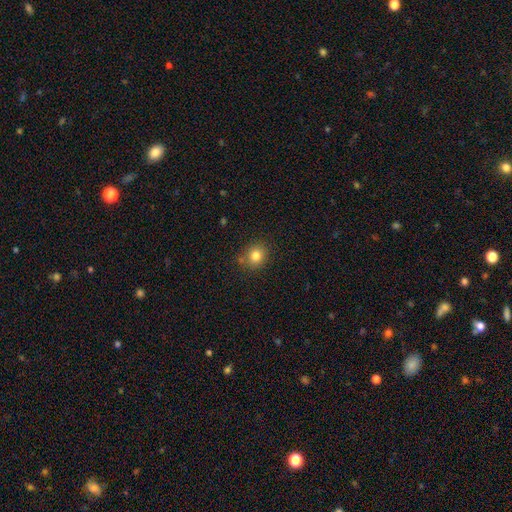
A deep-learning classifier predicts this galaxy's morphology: Smooth or featured? Predicted: smooth (p=0.81). How rounded? Predicted: round (p=0.74). Merging? Predicted: none (p=0.77).